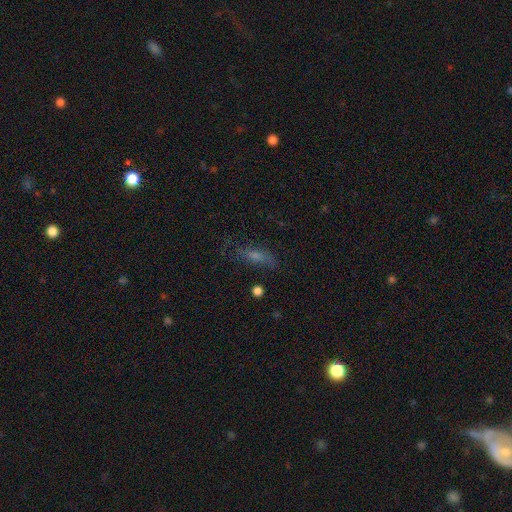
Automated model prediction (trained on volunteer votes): Smooth or featured? smooth (40%)
Merging? none (69%)